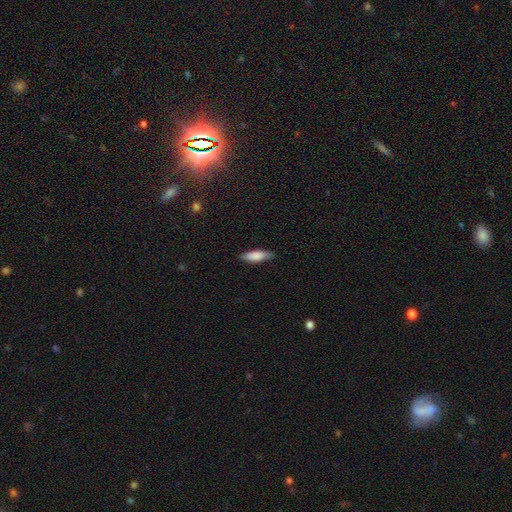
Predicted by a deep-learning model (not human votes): This appears to be a smooth galaxy with no disk features (81%) that is cigar-shaped (50%). Merging: none (82%).